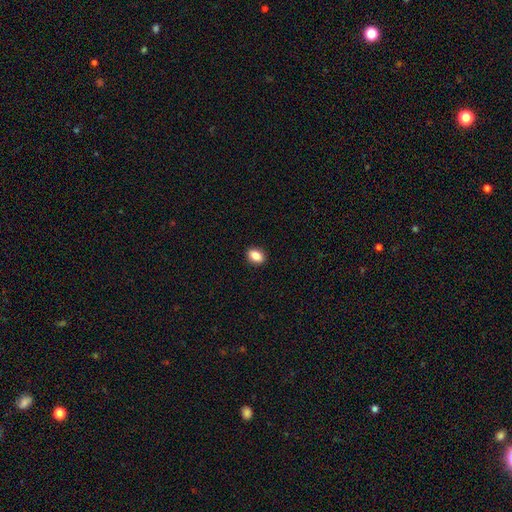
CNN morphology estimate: smooth 86%, star or artifact 8%, featured or disk 6%. Down the decision tree: how rounded — in between (78%); merging — none (91%).